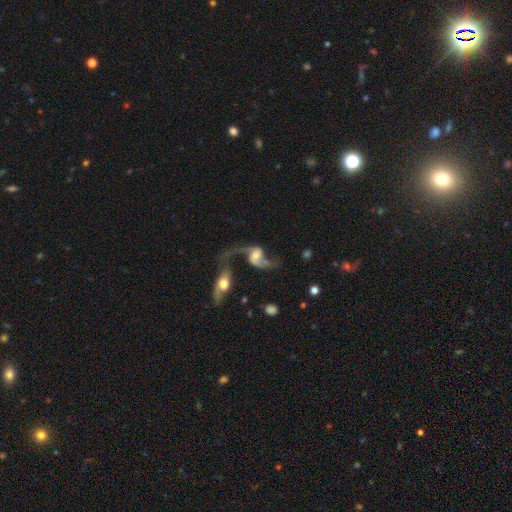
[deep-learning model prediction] A featured or disk galaxy (86%) with no bar (50%), 2 (91%) loose (82%) spiral arms (95%) and a moderate central bulge (52%). Merging: none (44%).